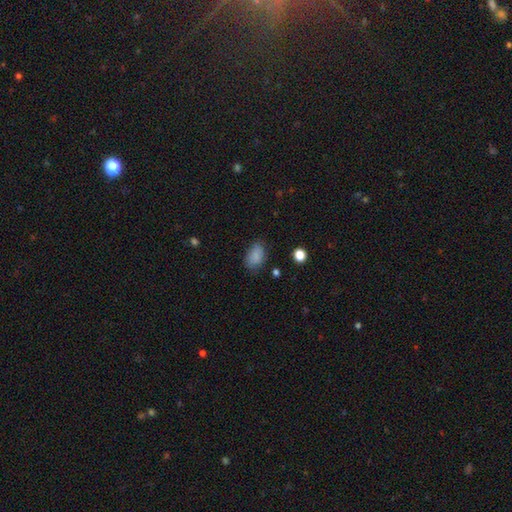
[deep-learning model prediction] Overall: smooth (86%). How rounded: in between (87%). Merging: none (73%).